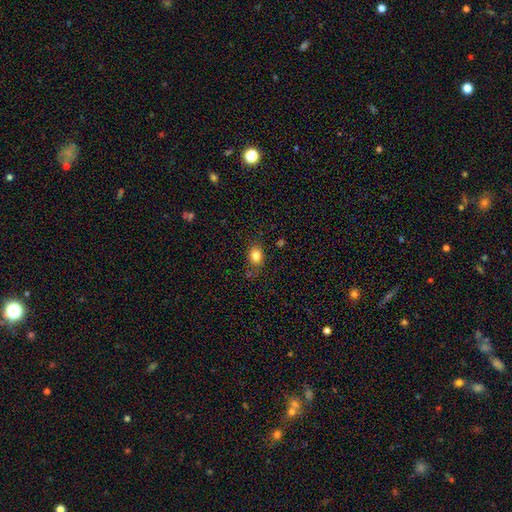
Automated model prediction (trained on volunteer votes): Smooth or featured? Predicted: smooth (p=0.82). How rounded? Predicted: in between (p=0.60). Merging? Predicted: none (p=0.73).